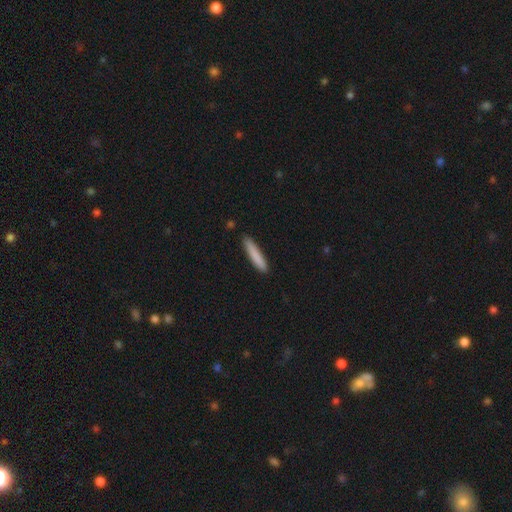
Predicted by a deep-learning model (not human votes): smooth-or-featured: smooth: 84% | featured or disk: 10% | star or artifact: 6%
  how-rounded: cigar-shaped: 91% | in between: 8% | round: 1%
  merging: none: 87% | minor disturbance: 9% | major disturbance: 2% | merger: 2%